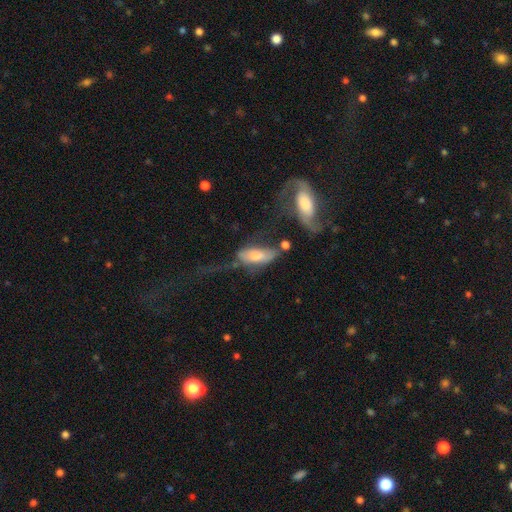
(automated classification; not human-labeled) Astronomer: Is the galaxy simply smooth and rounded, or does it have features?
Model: featured or disk — 46%, tied with smooth at 46%.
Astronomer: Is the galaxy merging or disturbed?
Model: major disturbance — 34% (runner-up: merger, 27%).